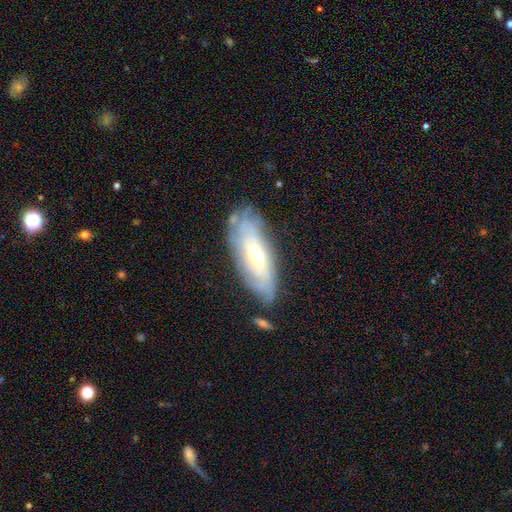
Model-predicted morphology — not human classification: Smooth or featured?
  - featured or disk: 69% *
  - smooth: 24%
  - star or artifact: 7%
Edge-on disk?
  - no: 80% *
  - yes: 20%
Bar?
  - no: 54% *
  - weak: 34%
  - strong: 12%
Spiral arms?
  - yes: 77% *
  - no: 23%
Bulge size?
  - moderate: 62% *
  - small: 28%
  - large: 7%
  - dominant: 1%
  - none: 1%
Merging?
  - none: 72% *
  - minor disturbance: 19%
  - major disturbance: 6%
  - merger: 4%